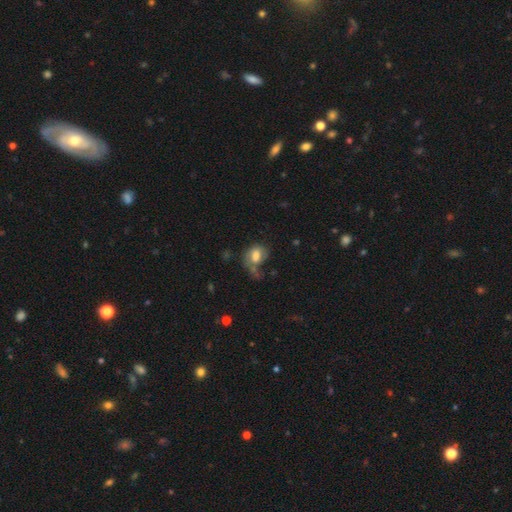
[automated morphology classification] This is likely a smooth galaxy (66%). How rounded: likely in between (63%). Merging: marginally none (34%).